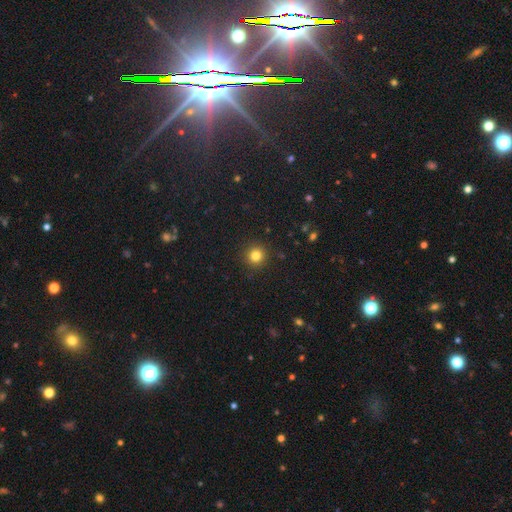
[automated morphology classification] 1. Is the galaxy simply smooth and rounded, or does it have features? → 82% smooth, 13% star or artifact, 5% featured or disk.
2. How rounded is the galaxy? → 94% round, 5% in between, 1% cigar-shaped.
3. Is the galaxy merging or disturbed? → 92% none, 5% minor disturbance, 2% major disturbance, 1% merger.